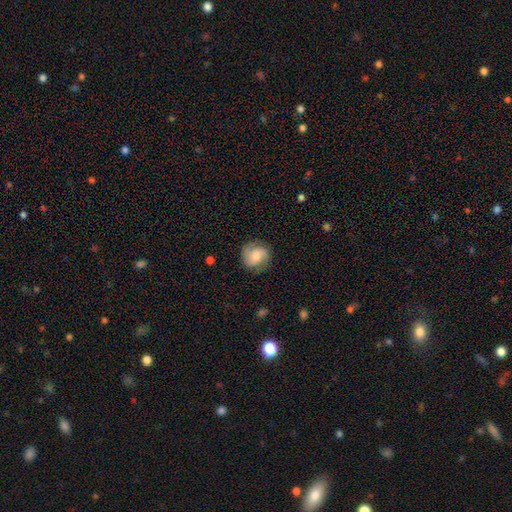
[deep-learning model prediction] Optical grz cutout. It shows a featured or disk galaxy (55%) with no bar (58%), spiral arms (92%) and a moderate central bulge (34%). Merging: none (77%).